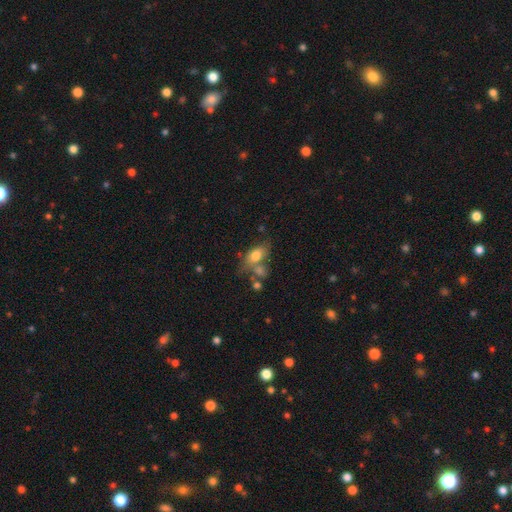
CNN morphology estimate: Smooth or featured?
  - smooth: 76% *
  - featured or disk: 15%
  - star or artifact: 9%
How rounded?
  - in between: 85% *
  - round: 11%
  - cigar-shaped: 3%
Merging?
  - none: 42% *
  - merger: 28%
  - minor disturbance: 19%
  - major disturbance: 11%